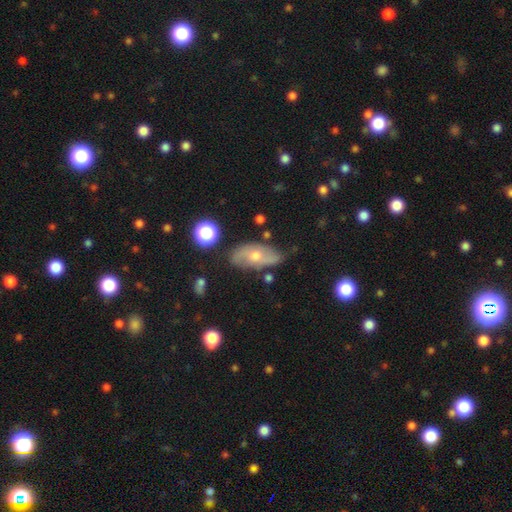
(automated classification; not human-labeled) Smooth or featured?
  - featured or disk: 55% *
  - smooth: 28%
  - star or artifact: 17%
Edge-on disk?
  - no: 82% *
  - yes: 18%
Merging?
  - none: 69% *
  - minor disturbance: 20%
  - major disturbance: 7%
  - merger: 3%